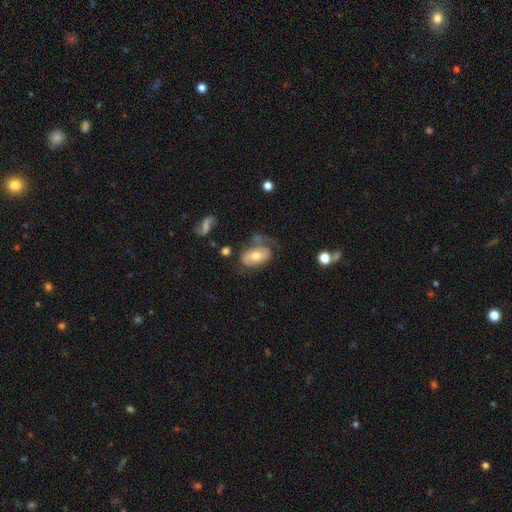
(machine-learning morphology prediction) This is possibly a smooth galaxy (57%). How rounded: clearly in between (91%). Merging: marginally none (44%).